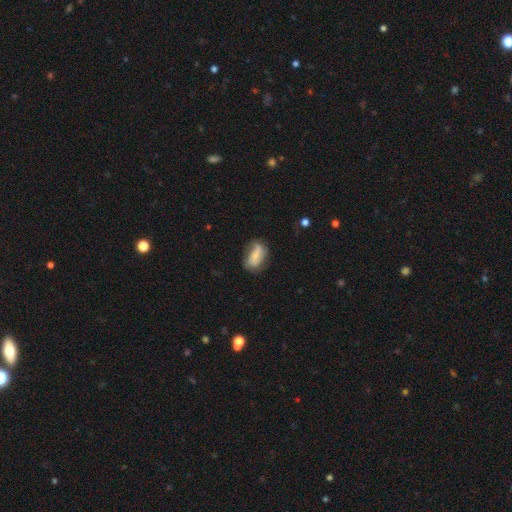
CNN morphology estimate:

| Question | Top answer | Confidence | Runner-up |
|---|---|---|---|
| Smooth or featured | smooth | 61% | featured or disk (32%) |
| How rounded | in between | 88% | round (7%) |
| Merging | none | 56% | minor disturbance (30%) |